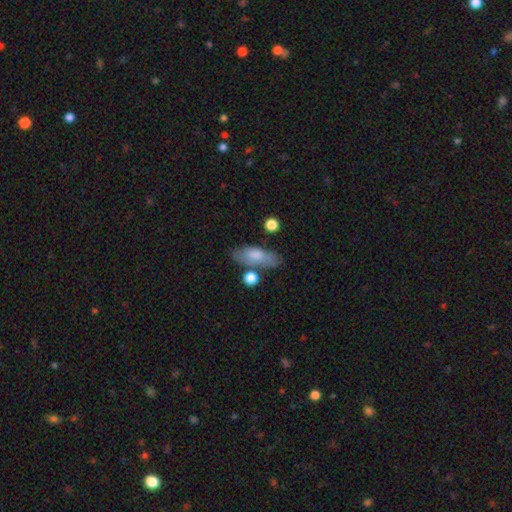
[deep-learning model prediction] Overall: smooth (74%). How rounded: in between (73%). Merging: none (65%).